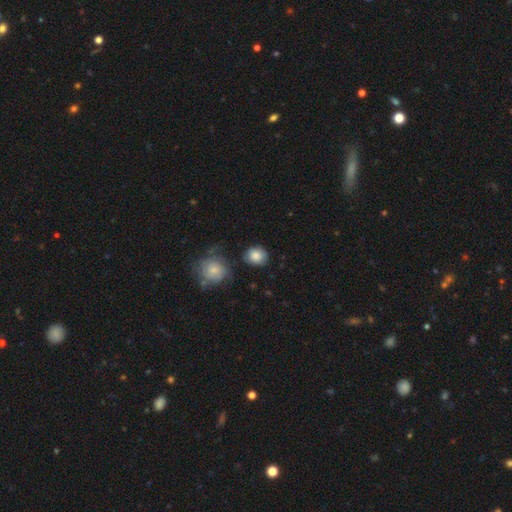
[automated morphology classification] smooth 83%, featured or disk 9%, star or artifact 7%. Down the decision tree: how rounded — round (72%); merging — none (73%).